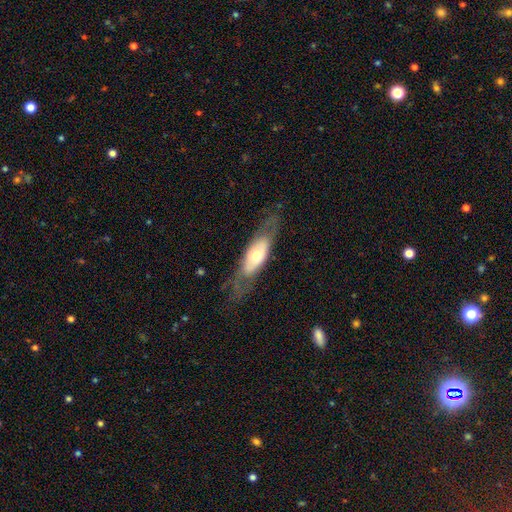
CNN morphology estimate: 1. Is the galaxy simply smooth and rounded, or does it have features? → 51% featured or disk, 43% smooth, 6% star or artifact.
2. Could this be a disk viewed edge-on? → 67% no, 33% yes.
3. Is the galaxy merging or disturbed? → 66% none, 19% minor disturbance, 13% major disturbance, 2% merger.